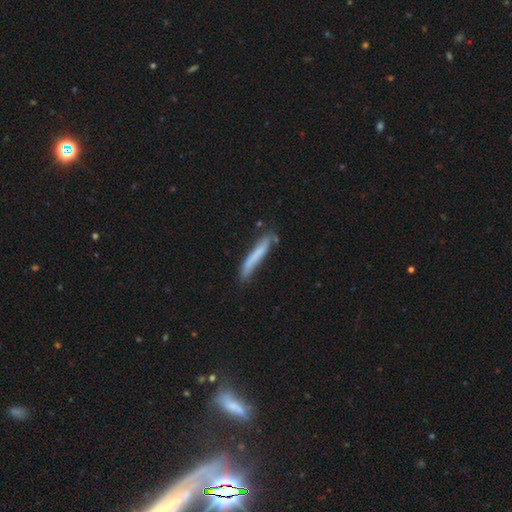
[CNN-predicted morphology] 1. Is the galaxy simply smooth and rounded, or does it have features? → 65% smooth, 28% featured or disk, 6% star or artifact.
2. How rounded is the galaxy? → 95% cigar-shaped, 4% in between, 1% round.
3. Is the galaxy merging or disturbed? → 67% none, 24% minor disturbance, 5% major disturbance, 4% merger.